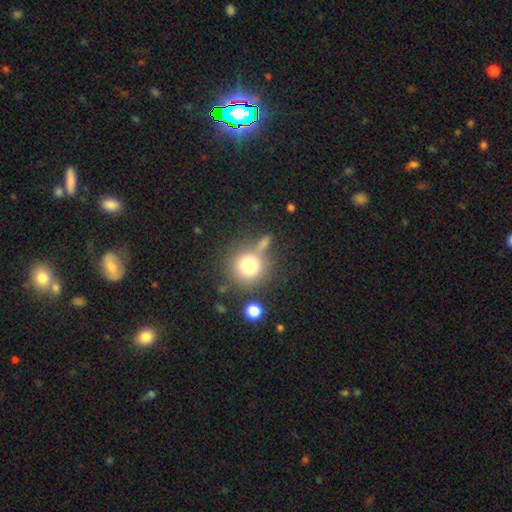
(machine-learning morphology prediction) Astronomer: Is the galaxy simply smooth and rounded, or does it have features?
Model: smooth — 60%.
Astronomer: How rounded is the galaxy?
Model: round — 91%.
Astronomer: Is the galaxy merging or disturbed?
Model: none — 73%.